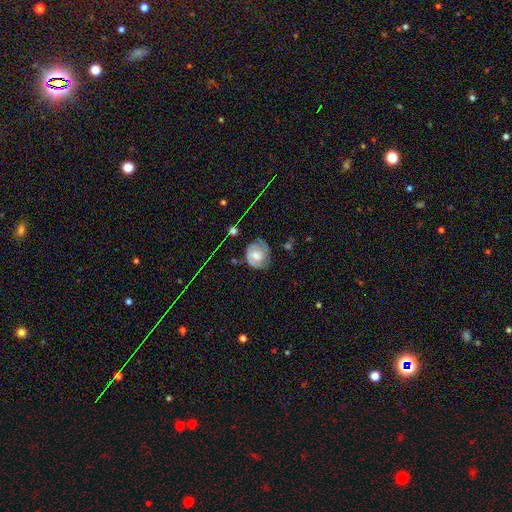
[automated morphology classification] Overall: featured or disk (54%; smooth 37%). Edge-on disk: no (97%). Bar: no (56%; weak 36%). Spiral arms: yes (80%). Bulge size: moderate (53%; small 26%). Merging: none (63%; minor disturbance 25%).